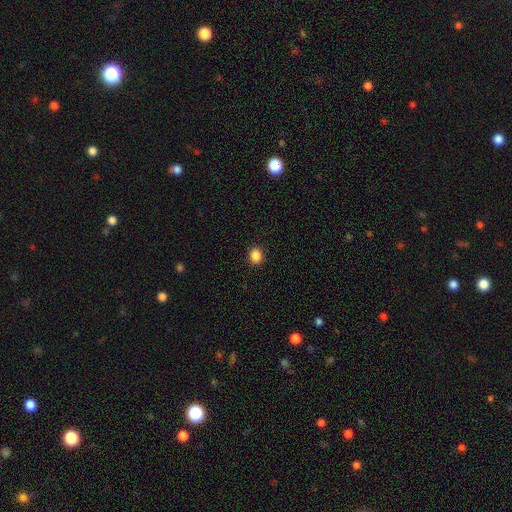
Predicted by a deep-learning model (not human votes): A smooth galaxy with no disk features (87%) that is round (73%).

Vote fractions:
- Smooth or featured? smooth: 87% / star or artifact: 10% / featured or disk: 3%
- How rounded? round: 73% / in between: 26% / cigar-shaped: 1%
- Merging? none: 91% / minor disturbance: 6% / major disturbance: 2% / merger: 1%